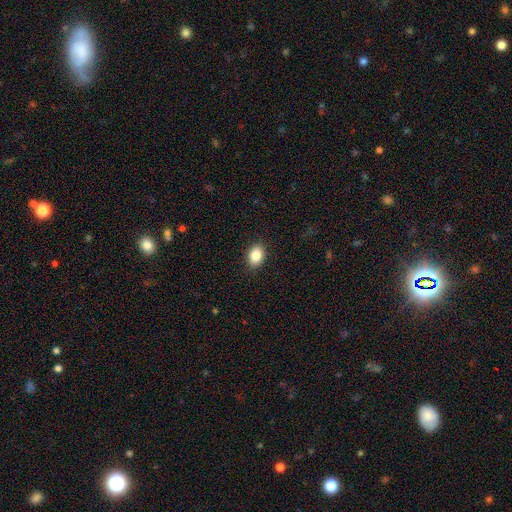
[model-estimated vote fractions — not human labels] smooth 86%, star or artifact 8%, featured or disk 6%. Down the decision tree: how rounded — in between (76%); merging — none (90%).